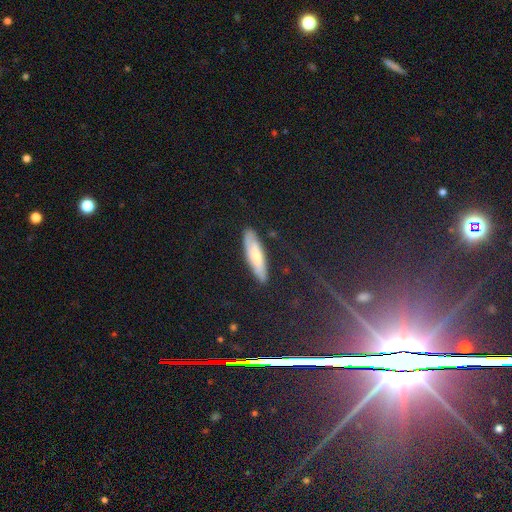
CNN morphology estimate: Smooth or featured? smooth (57%)
How rounded? cigar-shaped (66%)
Merging? none (83%)